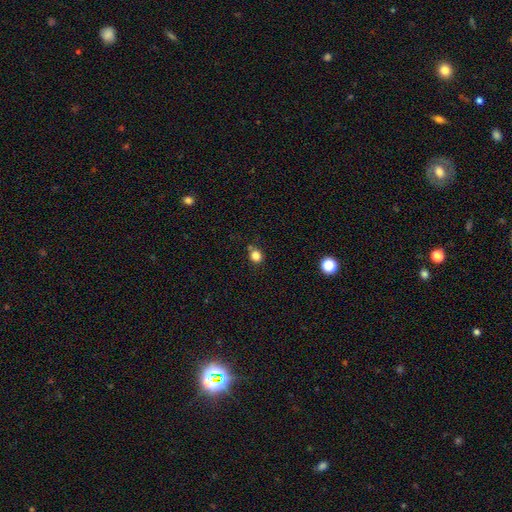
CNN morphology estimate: smooth 82%, star or artifact 13%, featured or disk 5%. Down the decision tree: how rounded — round (79%); merging — none (75%).